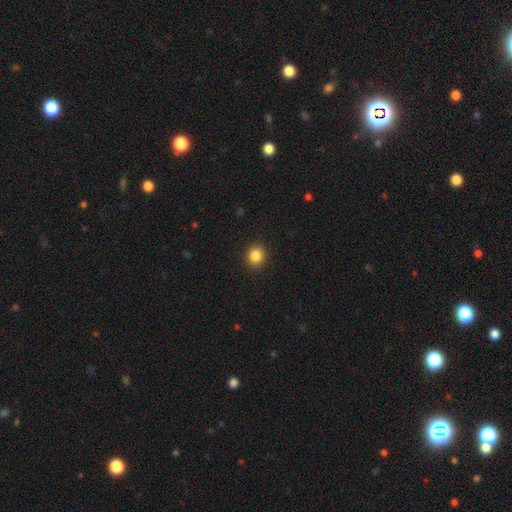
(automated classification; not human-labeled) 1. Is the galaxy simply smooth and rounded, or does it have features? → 85% smooth, 10% star or artifact, 4% featured or disk.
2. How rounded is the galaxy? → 84% round, 15% in between, 1% cigar-shaped.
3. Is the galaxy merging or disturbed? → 91% none, 6% minor disturbance, 2% major disturbance, 1% merger.